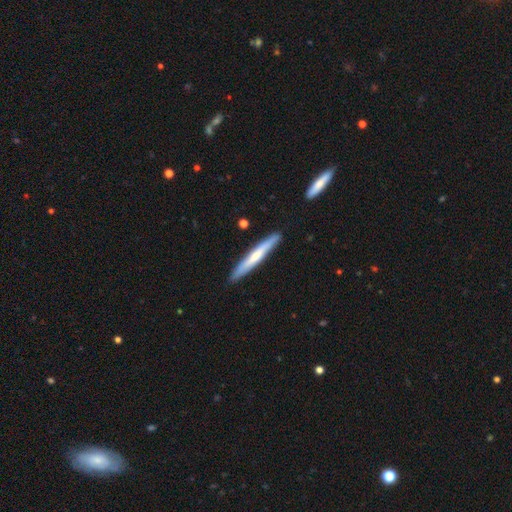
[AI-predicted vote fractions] Q: Smooth or featured?
A: featured or disk (52%); runner-up: smooth (41%)
Q: Edge-on disk?
A: yes (92%); runner-up: no (8%)
Q: Merging?
A: none (88%); runner-up: minor disturbance (9%)